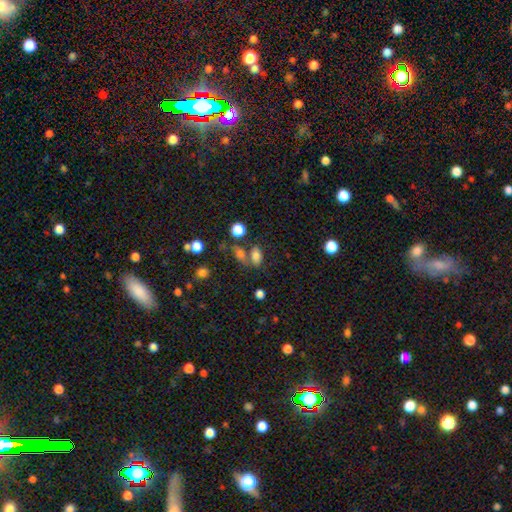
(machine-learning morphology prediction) smooth_or_featured: smooth (p=0.75) [alt: star or artifact p=0.14]
how_rounded: in between (p=0.83) [alt: round p=0.11]
merging: none (p=0.51) [alt: merger p=0.28]